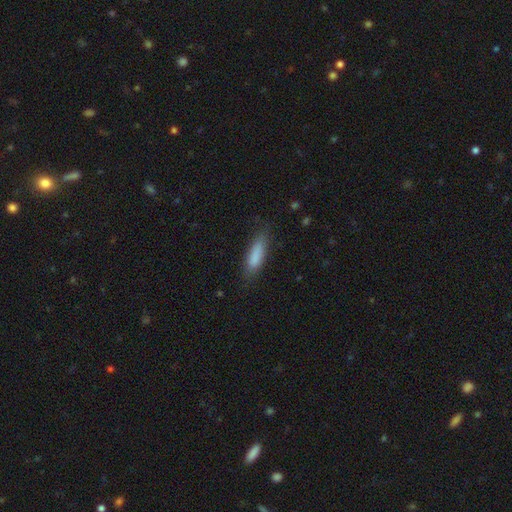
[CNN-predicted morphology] Q: Smooth or featured?
A: smooth (85%); runner-up: featured or disk (9%)
Q: How rounded?
A: cigar-shaped (61%); runner-up: in between (38%)
Q: Merging?
A: none (81%); runner-up: minor disturbance (15%)